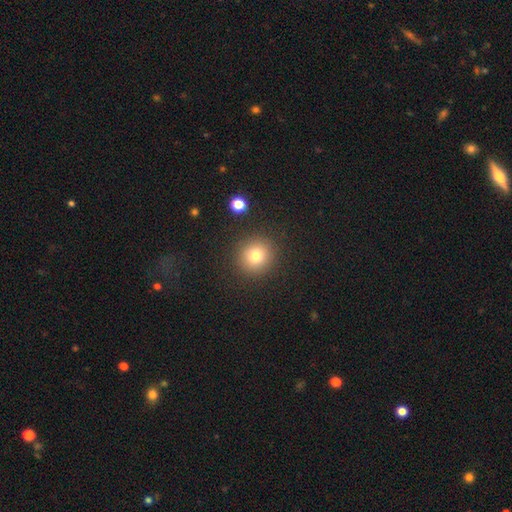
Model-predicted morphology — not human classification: Smooth or featured? smooth (77%)
How rounded? round (92%)
Merging? none (89%)